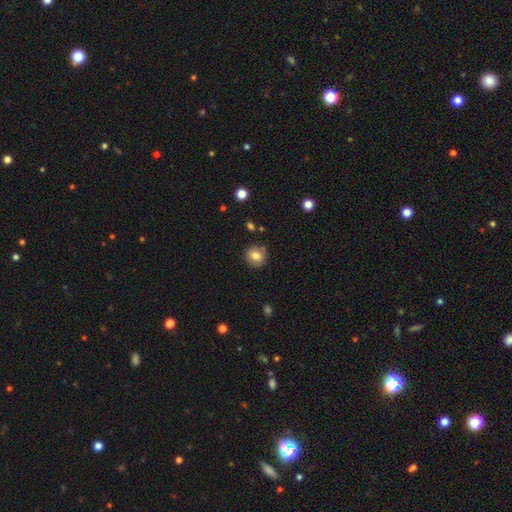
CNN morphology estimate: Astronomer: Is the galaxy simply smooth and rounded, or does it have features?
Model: smooth — 79%.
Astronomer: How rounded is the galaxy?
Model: round — 85%.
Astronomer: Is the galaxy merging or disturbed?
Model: none — 84%.